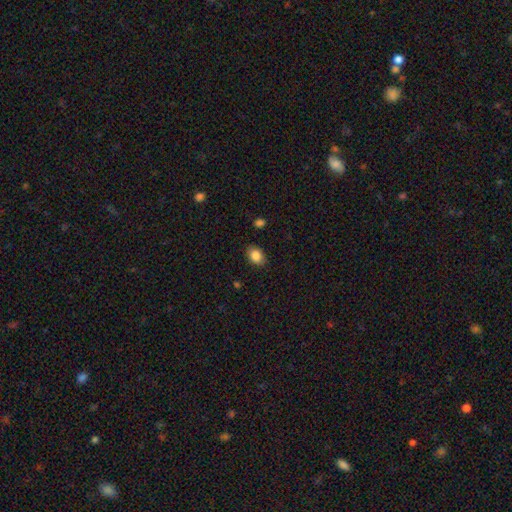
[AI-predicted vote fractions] Q: Smooth or featured?
A: smooth (86%); runner-up: star or artifact (9%)
Q: How rounded?
A: in between (69%); runner-up: round (30%)
Q: Merging?
A: none (87%); runner-up: minor disturbance (10%)